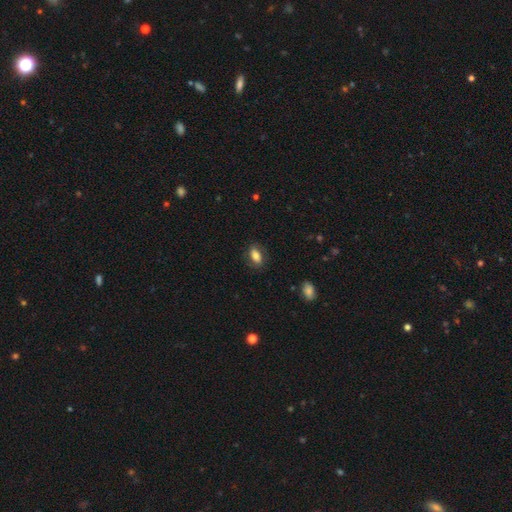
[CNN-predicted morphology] Smooth or featured: smooth — 78% (featured or disk — 14%)
How rounded: in between — 87% (cigar-shaped — 7%)
Merging: none — 80% (minor disturbance — 14%)